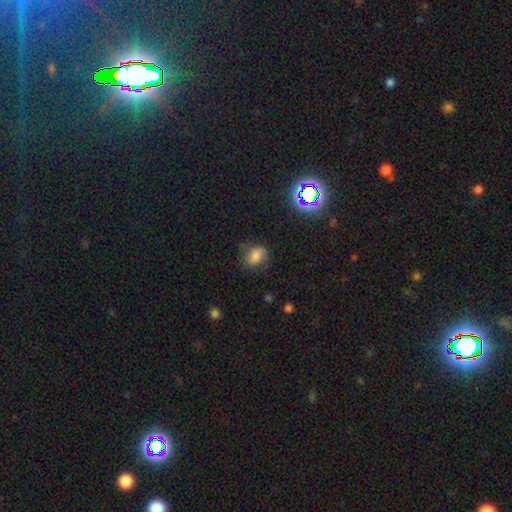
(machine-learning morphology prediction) A smooth galaxy with no disk features (65%) that is in between round and cigar-shaped (68%). Merging: none (64%).